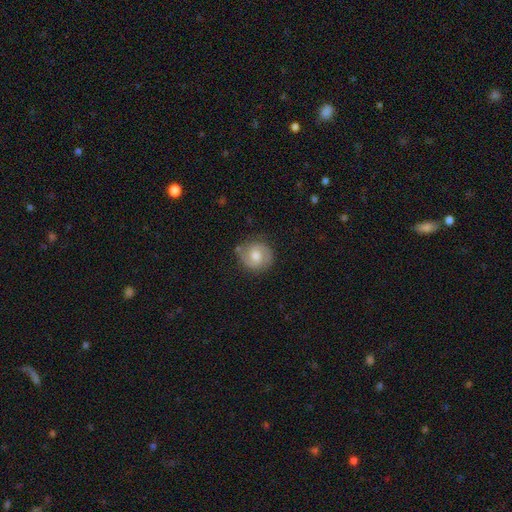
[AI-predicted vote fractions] Smooth or featured? Predicted: featured or disk (p=0.52). Edge-on disk? Predicted: no (p=0.97). Bar? Predicted: no (p=0.51). Spiral arms? Predicted: yes (p=0.86). Bulge size? Predicted: moderate (p=0.70). Merging? Predicted: none (p=0.78).